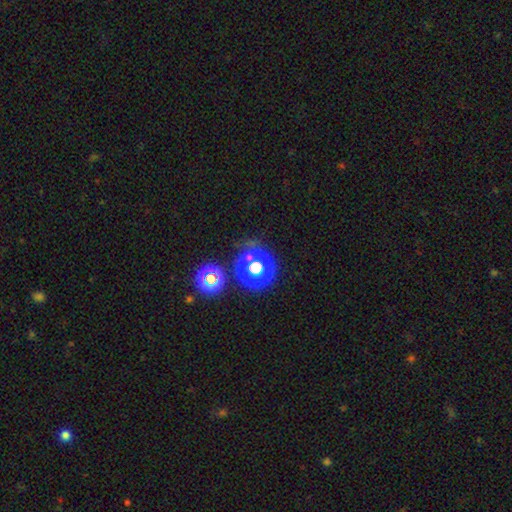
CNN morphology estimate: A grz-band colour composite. It shows a star or artifact, not a galaxy (52%).